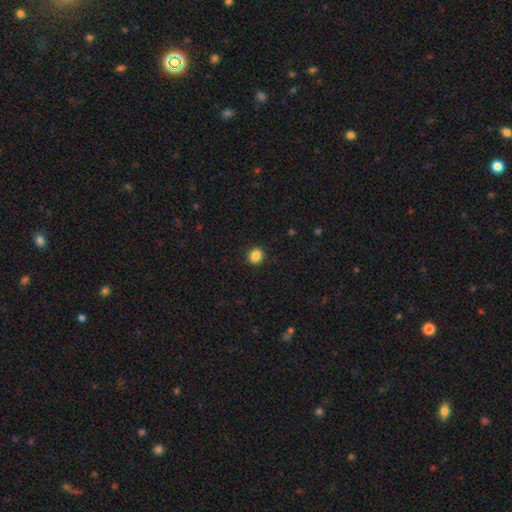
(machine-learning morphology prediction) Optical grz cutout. It shows a smooth galaxy with no disk features (86%) that is round (83%). Merging: none (91%).